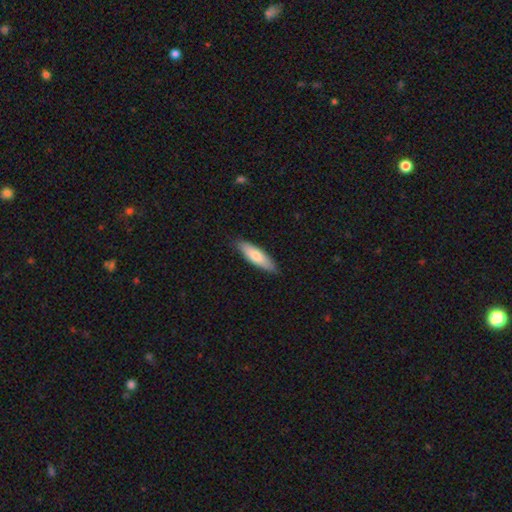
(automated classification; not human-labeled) Q: Smooth or featured?
A: smooth (75%); runner-up: featured or disk (20%)
Q: How rounded?
A: cigar-shaped (59%); runner-up: in between (40%)
Q: Merging?
A: none (86%); runner-up: minor disturbance (11%)